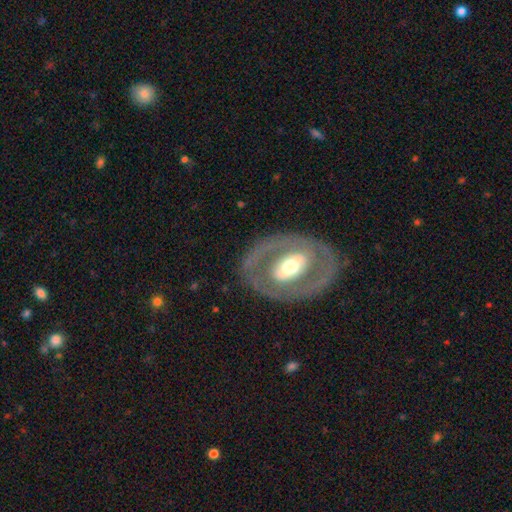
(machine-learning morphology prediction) Smooth or featured? Predicted: featured or disk (p=0.69). Edge-on disk? Predicted: no (p=0.93). Bar? Predicted: no (p=0.51). Spiral arms? Predicted: no (p=0.73). Bulge size? Predicted: moderate (p=0.63). Merging? Predicted: none (p=0.80).